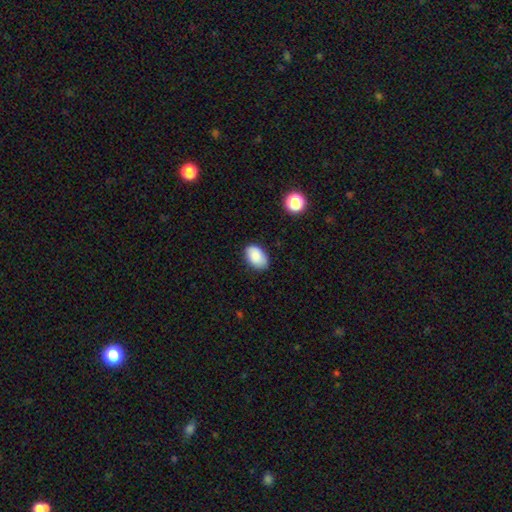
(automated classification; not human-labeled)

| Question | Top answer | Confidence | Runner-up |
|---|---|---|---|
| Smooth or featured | smooth | 86% | star or artifact (8%) |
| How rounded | in between | 90% | round (9%) |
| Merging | none | 81% | minor disturbance (15%) |